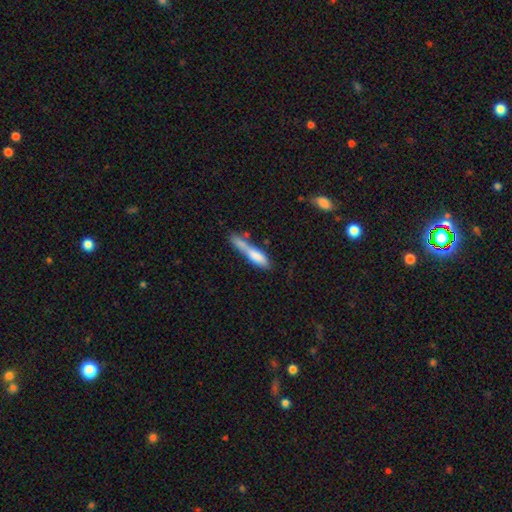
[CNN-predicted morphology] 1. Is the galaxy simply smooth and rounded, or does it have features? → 74% smooth, 19% featured or disk, 7% star or artifact.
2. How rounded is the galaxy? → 73% cigar-shaped, 25% in between, 2% round.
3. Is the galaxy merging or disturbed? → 38% merger, 30% none, 20% minor disturbance, 12% major disturbance.